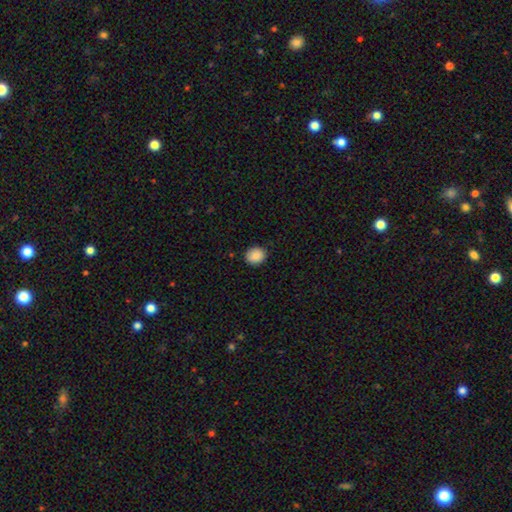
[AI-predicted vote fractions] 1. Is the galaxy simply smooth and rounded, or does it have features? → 88% smooth, 8% star or artifact, 3% featured or disk.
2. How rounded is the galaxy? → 73% round, 26% in between, 1% cigar-shaped.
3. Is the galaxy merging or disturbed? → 87% none, 10% minor disturbance, 2% major disturbance, 1% merger.